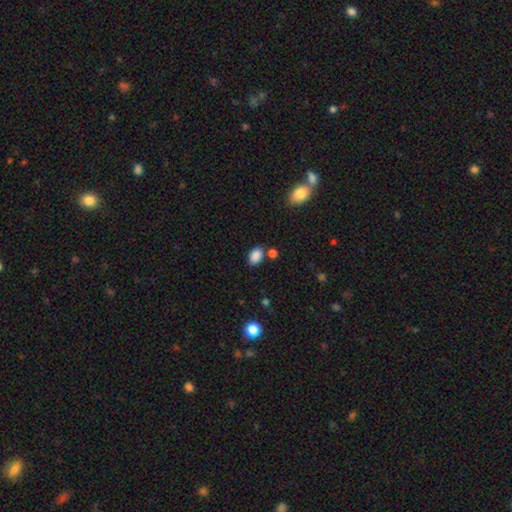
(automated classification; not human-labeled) Q: Smooth or featured?
A: smooth (86%); runner-up: star or artifact (10%)
Q: How rounded?
A: in between (86%); runner-up: round (13%)
Q: Merging?
A: none (72%); runner-up: minor disturbance (14%)